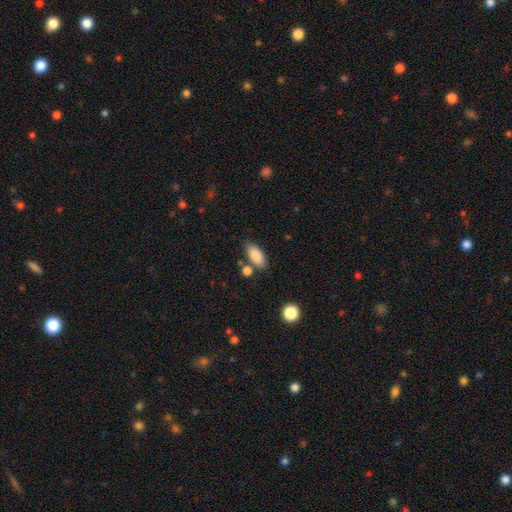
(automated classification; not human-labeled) This appears to be a smooth galaxy with no disk features (87%) that is in between round and cigar-shaped (89%). Merging: none (73%).